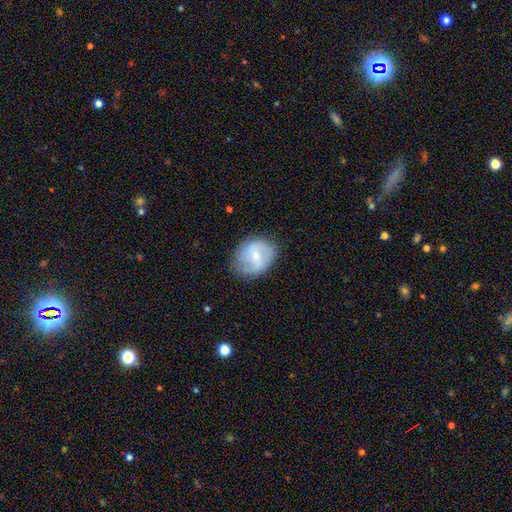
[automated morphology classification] smooth-or-featured: featured or disk: 52% | smooth: 41% | star or artifact: 7%
  disk-edge-on: no: 97% | yes: 3%
  merging: none: 69% | minor disturbance: 22% | major disturbance: 8% | merger: 1%